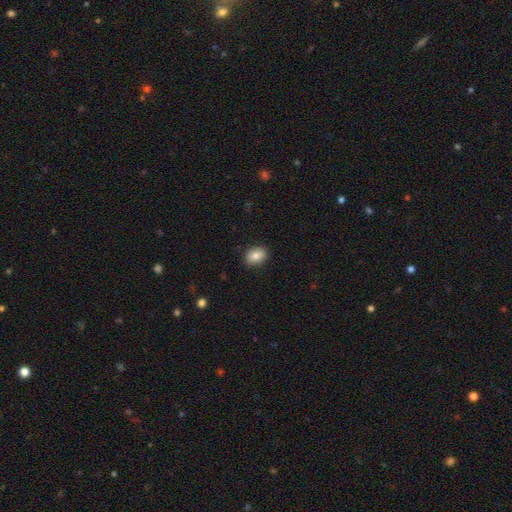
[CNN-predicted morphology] smooth_or_featured: smooth (p=0.83) [alt: featured or disk p=0.09]
how_rounded: in between (p=0.63) [alt: round p=0.36]
merging: none (p=0.89) [alt: minor disturbance p=0.08]